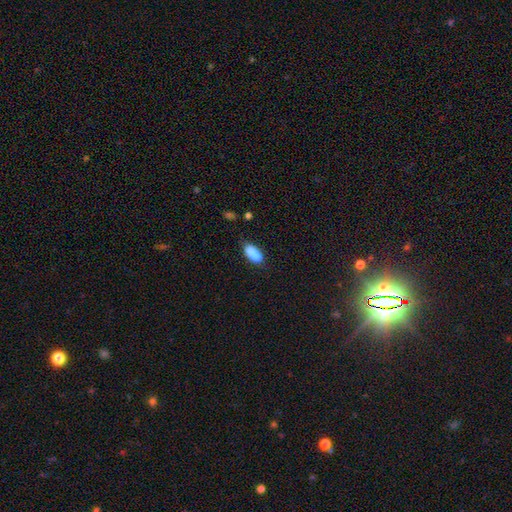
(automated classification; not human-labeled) Q: Smooth or featured?
A: smooth (78%); runner-up: featured or disk (13%)
Q: How rounded?
A: in between (77%); runner-up: cigar-shaped (19%)
Q: Merging?
A: none (47%); runner-up: merger (28%)